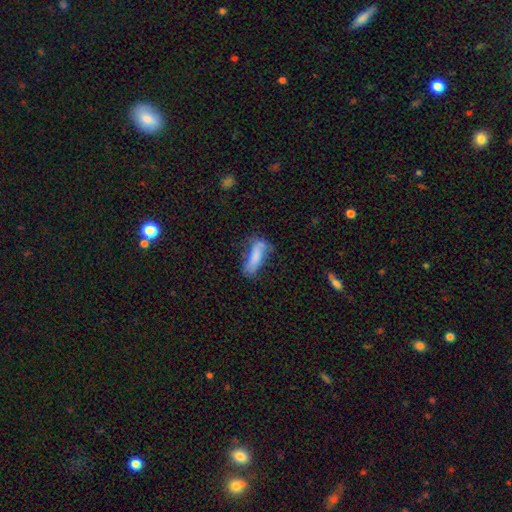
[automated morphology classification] Q: Smooth or featured?
A: smooth (69%); runner-up: featured or disk (23%)
Q: How rounded?
A: in between (54%); runner-up: cigar-shaped (44%)
Q: Merging?
A: none (46%); runner-up: minor disturbance (30%)